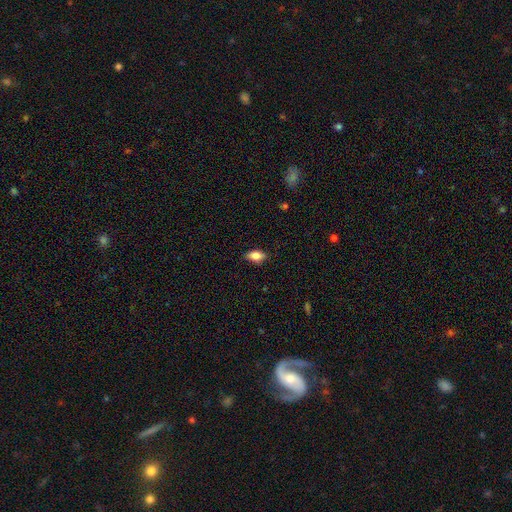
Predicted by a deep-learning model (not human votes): Q: Smooth or featured?
A: smooth (75%); runner-up: featured or disk (17%)
Q: How rounded?
A: in between (86%); runner-up: cigar-shaped (8%)
Q: Merging?
A: none (81%); runner-up: minor disturbance (15%)